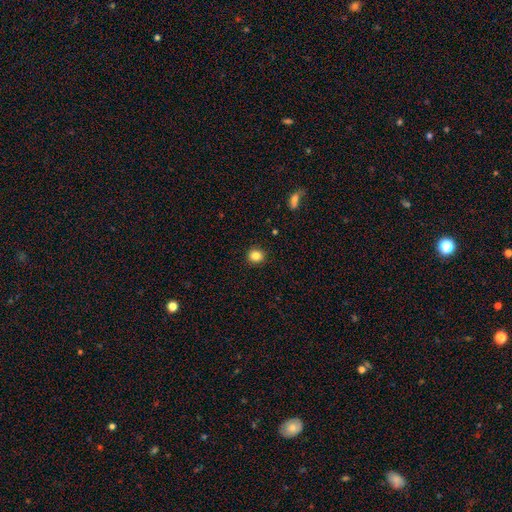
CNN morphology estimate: Smooth or featured? smooth (84%)
How rounded? round (85%)
Merging? none (91%)